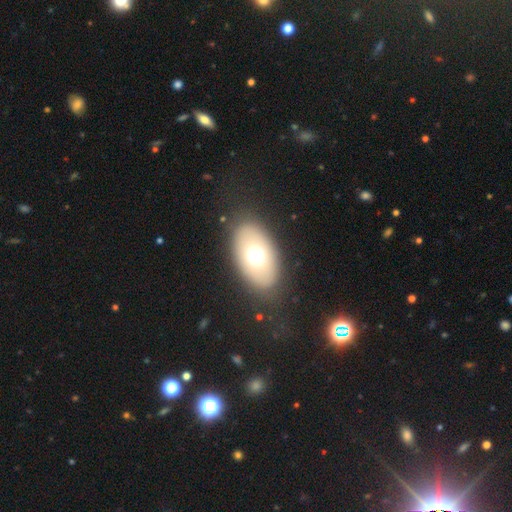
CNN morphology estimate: The model was most divided on "smooth or featured": smooth: 65%, featured or disk: 24%, star or artifact: 11%. More confident: how rounded — in between (86%); merging — none (83%).